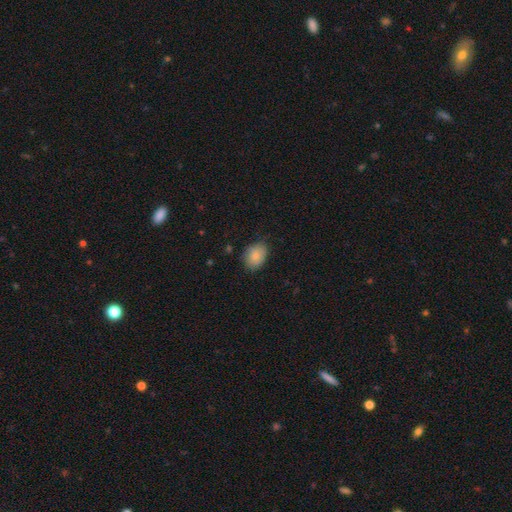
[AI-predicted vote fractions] Overall: smooth (85%). How rounded: in between (69%; round 30%). Merging: none (78%).